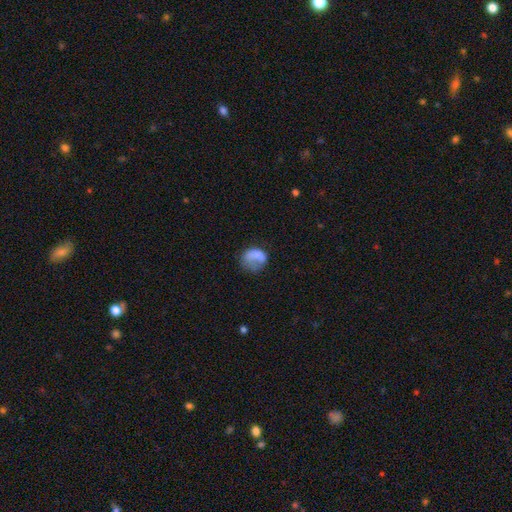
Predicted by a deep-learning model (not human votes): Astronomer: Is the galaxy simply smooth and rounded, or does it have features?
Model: smooth — 68%.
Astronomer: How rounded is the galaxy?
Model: in between — 50% (runner-up: round, 49%).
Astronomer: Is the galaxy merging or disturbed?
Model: major disturbance — 37% (runner-up: none, 30%).